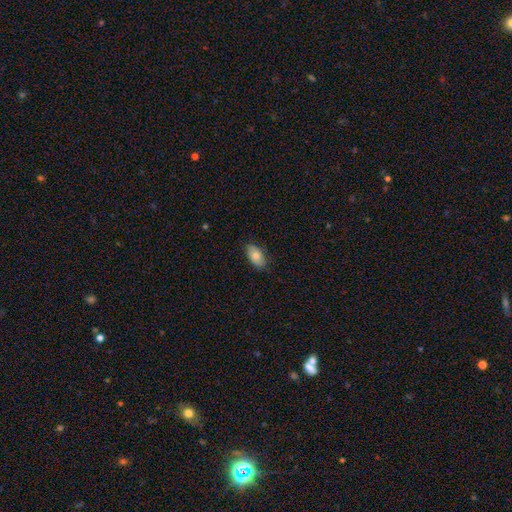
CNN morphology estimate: Smooth or featured: smooth — 77% (featured or disk — 16%)
How rounded: in between — 93% (round — 4%)
Merging: none — 83% (minor disturbance — 14%)